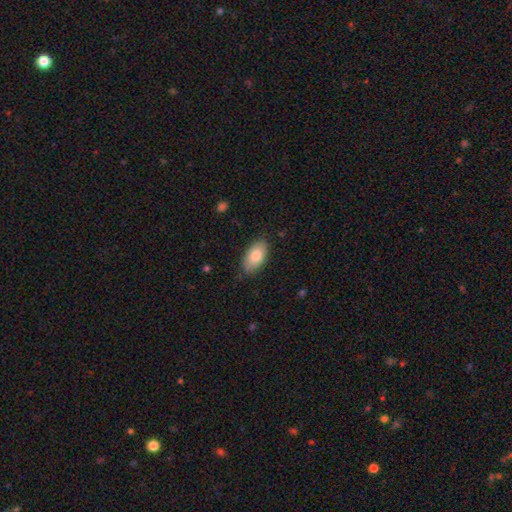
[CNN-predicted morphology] This appears to be a smooth galaxy with no disk features (83%) that is in between round and cigar-shaped (94%). Merging: none (82%).